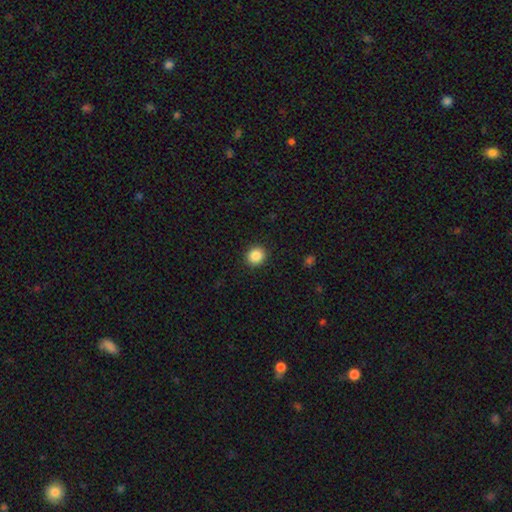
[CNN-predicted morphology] Smooth or featured?
  - smooth: 87% *
  - star or artifact: 9%
  - featured or disk: 3%
How rounded?
  - round: 86% *
  - in between: 13%
  - cigar-shaped: 1%
Merging?
  - none: 91% *
  - minor disturbance: 6%
  - major disturbance: 2%
  - merger: 1%